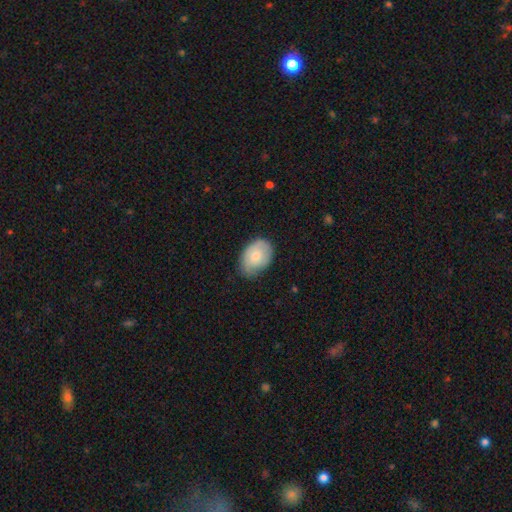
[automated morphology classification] smooth-or-featured: smooth: 70% | featured or disk: 24% | star or artifact: 6%
  how-rounded: in between: 82% | round: 17% | cigar-shaped: 1%
  merging: none: 66% | minor disturbance: 27% | major disturbance: 5% | merger: 1%